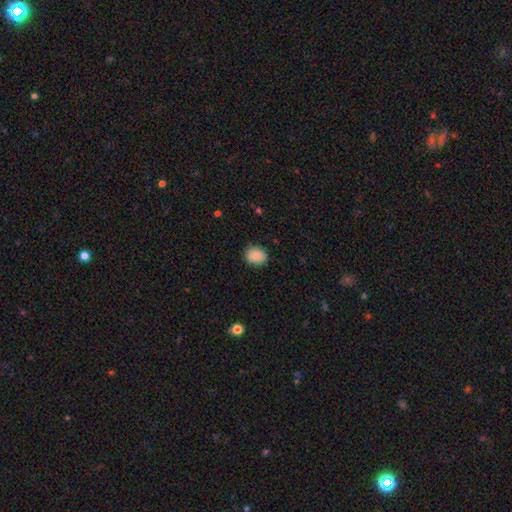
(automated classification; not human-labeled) Smooth or featured?
  - smooth: 88% *
  - star or artifact: 8%
  - featured or disk: 4%
How rounded?
  - round: 56% *
  - in between: 43%
  - cigar-shaped: 1%
Merging?
  - none: 84% *
  - minor disturbance: 12%
  - major disturbance: 3%
  - merger: 1%